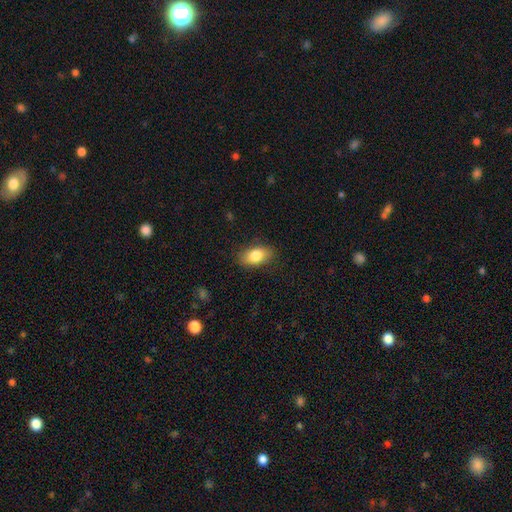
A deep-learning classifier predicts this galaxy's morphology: Smooth or featured: smooth — 82% (featured or disk — 10%)
How rounded: in between — 90% (round — 7%)
Merging: none — 85% (minor disturbance — 11%)